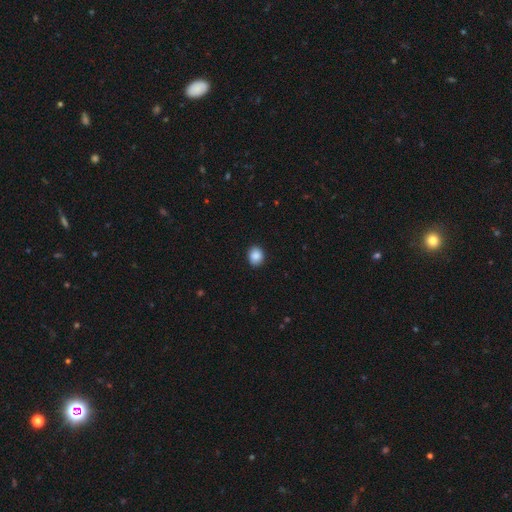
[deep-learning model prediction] This is clearly a smooth galaxy (88%). How rounded: likely round (66%). Merging: clearly none (89%).